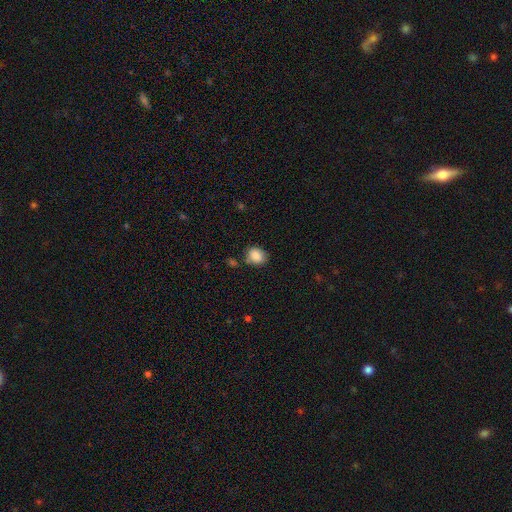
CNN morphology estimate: Q: Smooth or featured?
A: smooth (87%); runner-up: star or artifact (8%)
Q: How rounded?
A: round (59%); runner-up: in between (40%)
Q: Merging?
A: none (72%); runner-up: minor disturbance (18%)